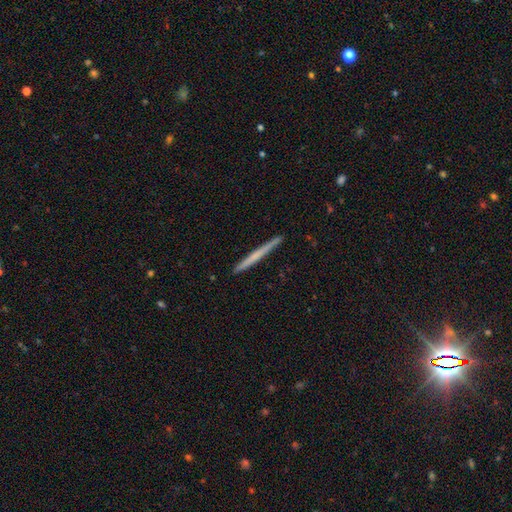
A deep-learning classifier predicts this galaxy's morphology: Smooth or featured? Predicted: smooth (p=0.48). Merging? Predicted: none (p=0.92).